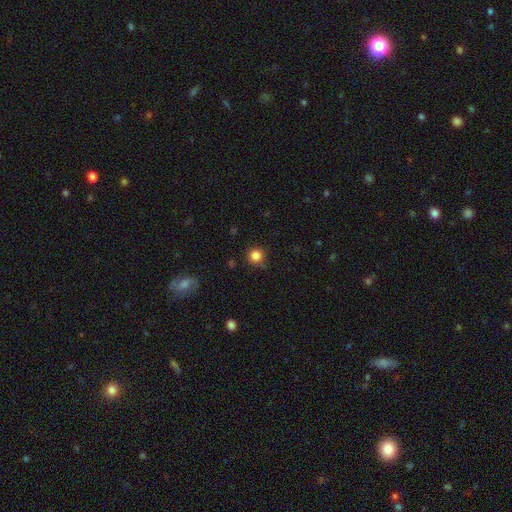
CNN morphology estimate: Smooth or featured?
  - smooth: 83% *
  - star or artifact: 12%
  - featured or disk: 5%
How rounded?
  - round: 93% *
  - in between: 6%
  - cigar-shaped: 1%
Merging?
  - none: 80% *
  - minor disturbance: 15%
  - major disturbance: 4%
  - merger: 2%